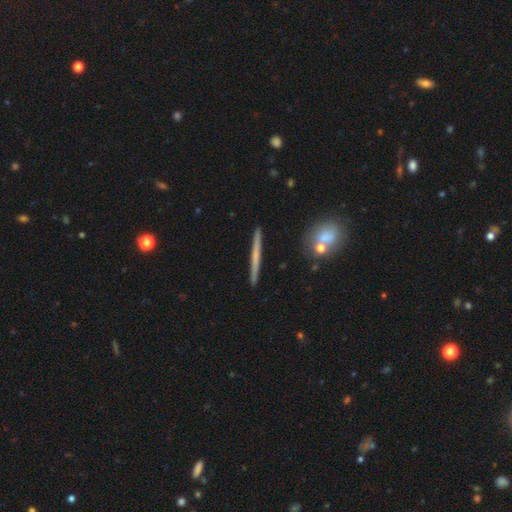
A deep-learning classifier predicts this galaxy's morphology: A featured or disk galaxy (52%) viewed edge-on (97%) with no central bulge (79%).

Vote fractions:
- Smooth or featured? featured or disk: 52% / smooth: 42% / star or artifact: 6%
- Edge-on disk? yes: 97% / no: 3%
- Edge-on bulge? none: 79% / rounded: 17% / boxy: 4%
- Merging? none: 92% / minor disturbance: 5% / merger: 2% / major disturbance: 1%